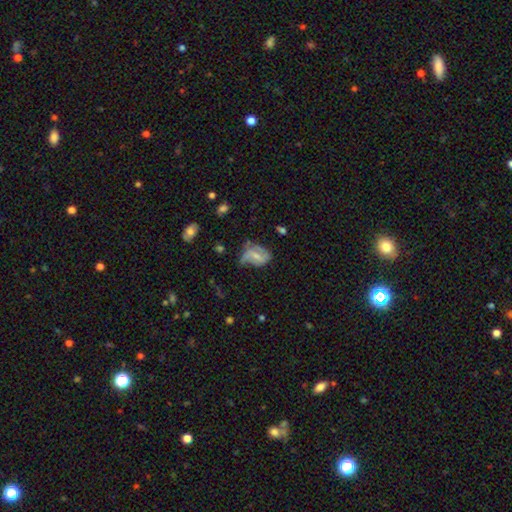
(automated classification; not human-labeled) This appears to be a featured or disk galaxy (54%) with a weak bar (46%), spiral arms (71%) and a small central bulge (51%). Merging: none (33%).